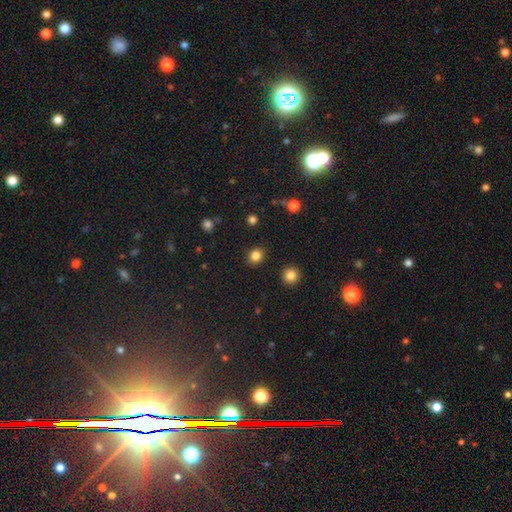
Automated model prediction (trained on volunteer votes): Overall: smooth (84%). How rounded: round (76%). Merging: none (89%).